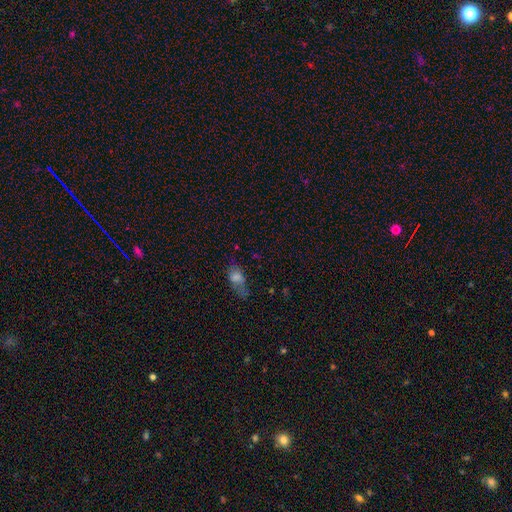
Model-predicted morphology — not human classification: The model was most divided on "merging": none: 49%, minor disturbance: 28%, major disturbance: 17%, merger: 6%. More confident: how rounded — in between (77%); smooth or featured — smooth (62%).